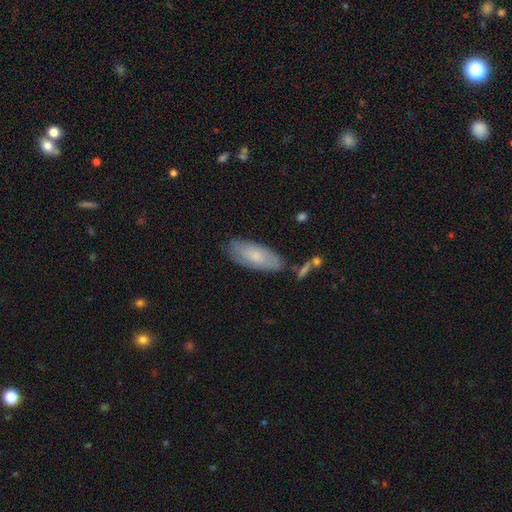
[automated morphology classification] smooth_or_featured: smooth (p=0.71) [alt: featured or disk p=0.23]
how_rounded: in between (p=0.78) [alt: cigar-shaped p=0.20]
merging: none (p=0.76) [alt: minor disturbance p=0.17]